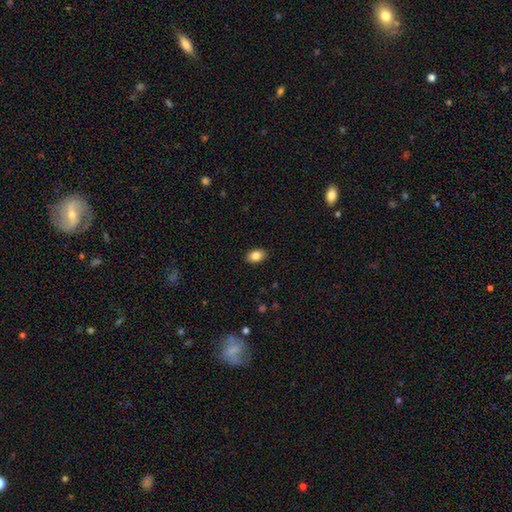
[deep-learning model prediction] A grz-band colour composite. It shows a smooth galaxy with no disk features (86%) that is in between round and cigar-shaped (83%). Merging: none (89%).